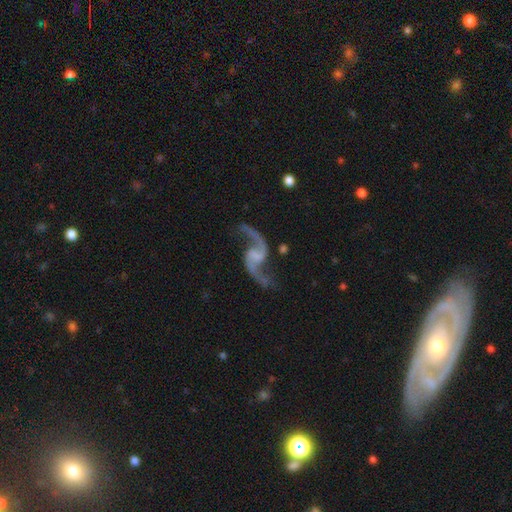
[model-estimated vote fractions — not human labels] smooth-or-featured: featured or disk: 93% | star or artifact: 4% | smooth: 3%
  disk-edge-on: no: 98% | yes: 2%
    bar: weak: 44% | no: 43% | strong: 14%
    has-spiral-arms: yes: 98% | no: 2%
      spiral-winding: loose: 83% | medium: 14% | tight: 3%
      spiral-arm-count: 2: 94% | 1: 1% | can't tell: 1% | 3: 1% | 4: 1% | more than 4: 1%
    bulge-size: none: 51% | small: 31% | moderate: 13% | large: 4% | dominant: 1%
  merging: none: 77% | minor disturbance: 13% | major disturbance: 8% | merger: 3%